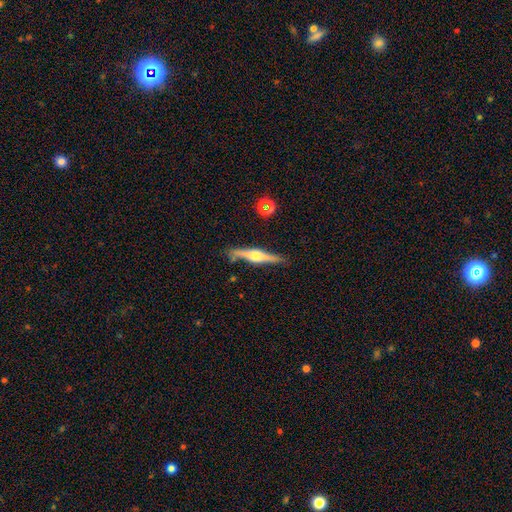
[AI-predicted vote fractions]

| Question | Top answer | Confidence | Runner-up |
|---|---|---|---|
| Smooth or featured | featured or disk | 71% | smooth (23%) |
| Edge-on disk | yes | 97% | no (3%) |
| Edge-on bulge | rounded | 88% | boxy (9%) |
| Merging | none | 83% | minor disturbance (12%) |